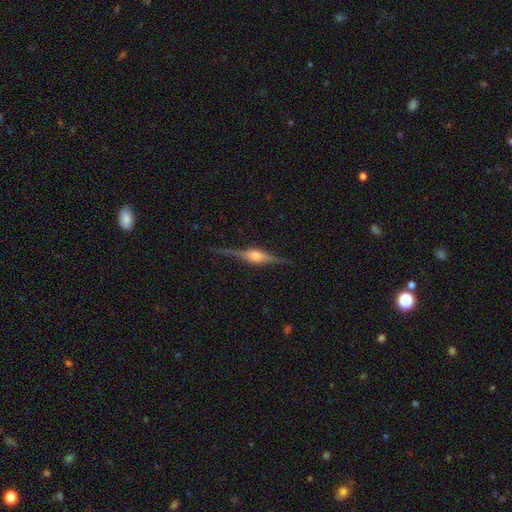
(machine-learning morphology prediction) Smooth or featured? featured or disk (87%)
Edge-on disk? yes (98%)
Edge-on bulge? rounded (89%)
Merging? none (88%)